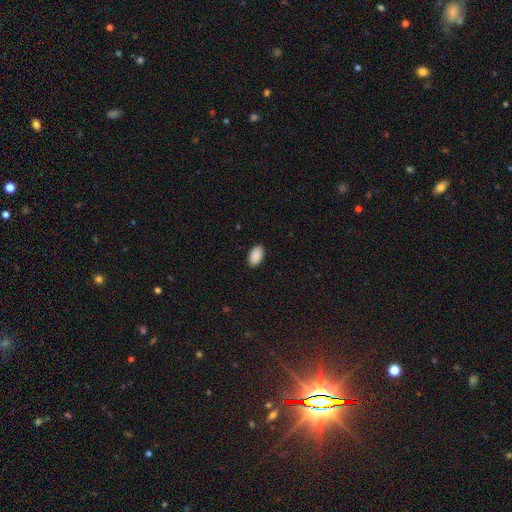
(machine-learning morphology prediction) smooth_or_featured: smooth (p=0.91) [alt: star or artifact p=0.07]
how_rounded: in between (p=0.94) [alt: round p=0.05]
merging: none (p=0.90) [alt: minor disturbance p=0.08]